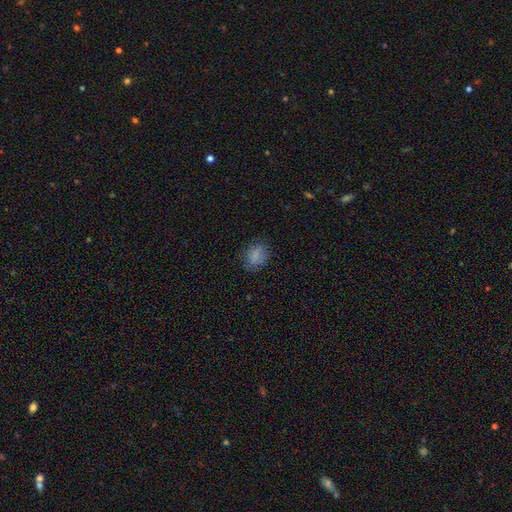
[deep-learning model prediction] smooth_or_featured: smooth (p=0.82) [alt: star or artifact p=0.10]
how_rounded: in between (p=0.64) [alt: round p=0.35]
merging: none (p=0.74) [alt: minor disturbance p=0.18]